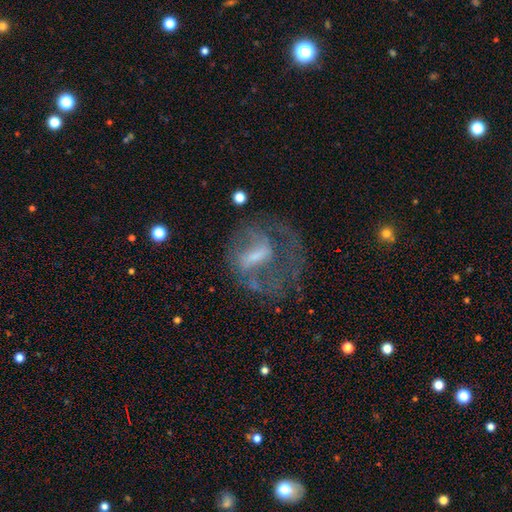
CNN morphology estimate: Smooth or featured: featured or disk — 69% (smooth — 21%)
Edge-on disk: no — 94% (yes — 6%)
Bar: weak — 42% (strong — 36%)
Spiral arms: yes — 63% (no — 37%)
Bulge size: small — 36% (moderate — 31%)
Merging: none — 41% (major disturbance — 38%)